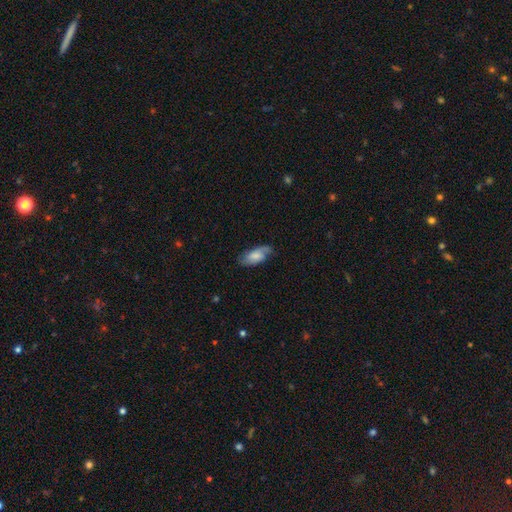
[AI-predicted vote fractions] This appears to be a smooth galaxy with no disk features (53%) that is in between round and cigar-shaped (85%). Merging: none (71%).